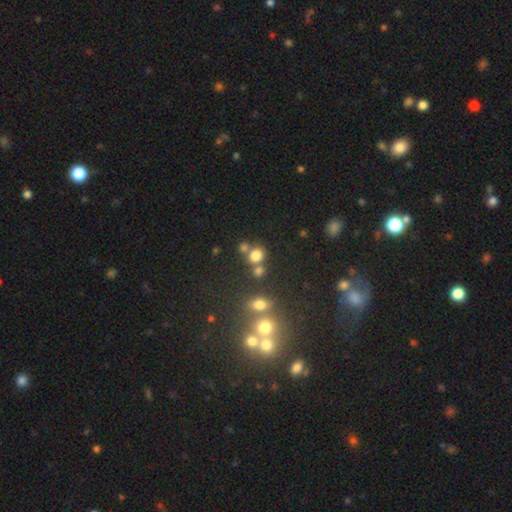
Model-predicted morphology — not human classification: Overall: smooth (75%). How rounded: round (78%). Merging: none (55%; merger 31%).